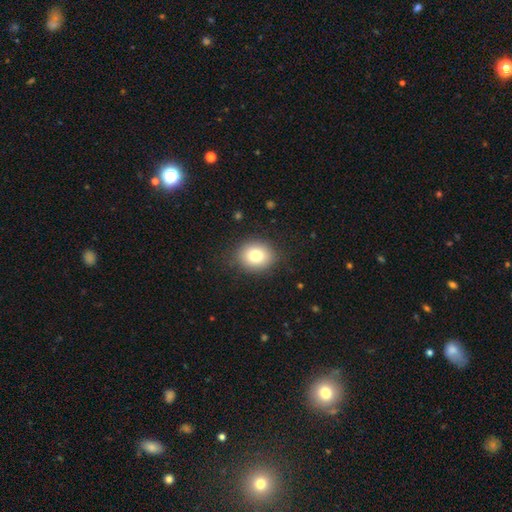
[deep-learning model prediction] This is likely a smooth galaxy (78%). How rounded: likely round (68%). Merging: clearly none (85%).